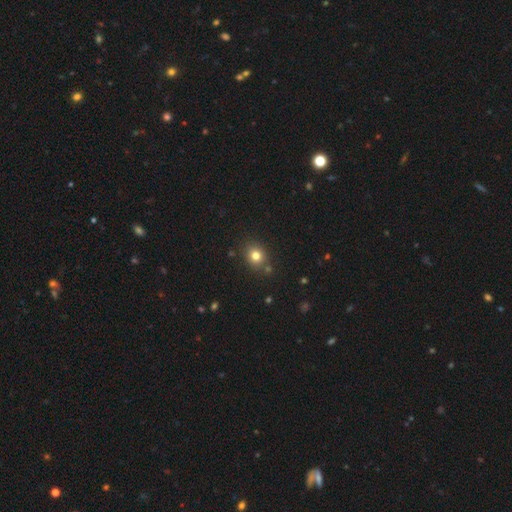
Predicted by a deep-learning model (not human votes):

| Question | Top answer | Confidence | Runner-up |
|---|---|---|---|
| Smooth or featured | smooth | 78% | star or artifact (13%) |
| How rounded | round | 68% | in between (32%) |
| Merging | none | 81% | minor disturbance (11%) |